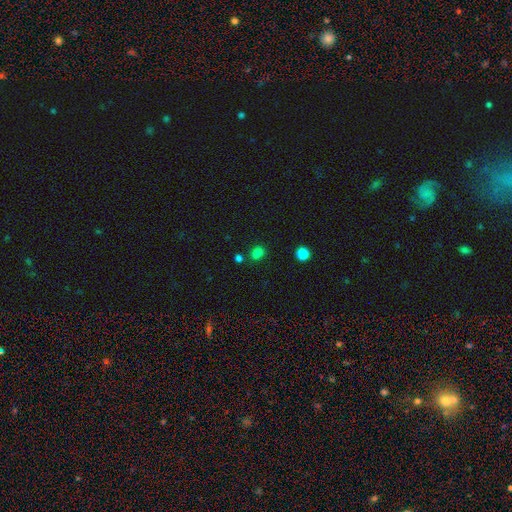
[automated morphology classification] The model was most divided on "how rounded": round: 53%, in between: 46%, cigar-shaped: 1%. More confident: smooth or featured — smooth (74%); merging — none (71%).